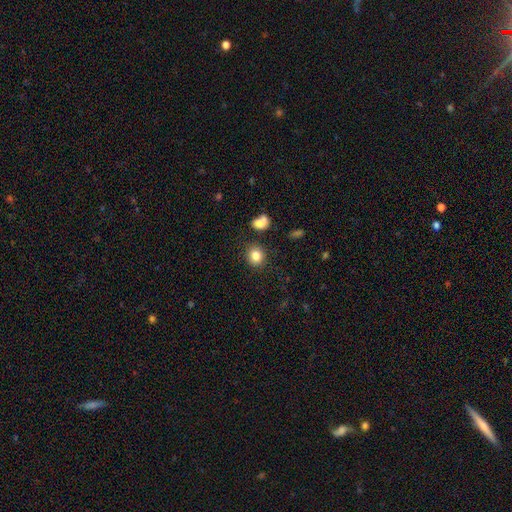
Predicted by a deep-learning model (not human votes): smooth-or-featured: smooth: 84% | star or artifact: 10% | featured or disk: 7%
  how-rounded: round: 78% | in between: 21% | cigar-shaped: 1%
  merging: none: 86% | minor disturbance: 8% | merger: 4% | major disturbance: 3%